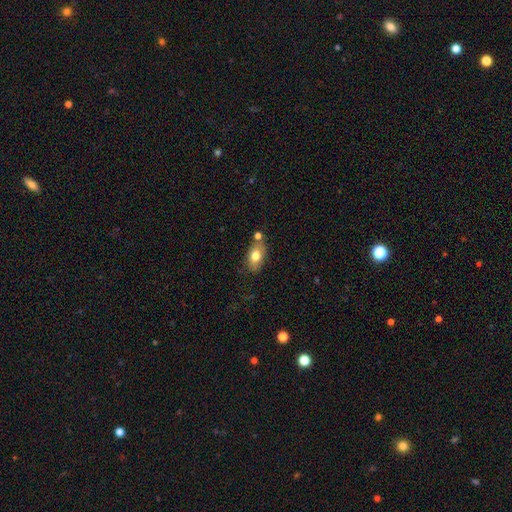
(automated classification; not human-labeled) Smooth or featured: smooth — 75% (featured or disk — 17%)
How rounded: in between — 87% (round — 9%)
Merging: none — 66% (minor disturbance — 16%)